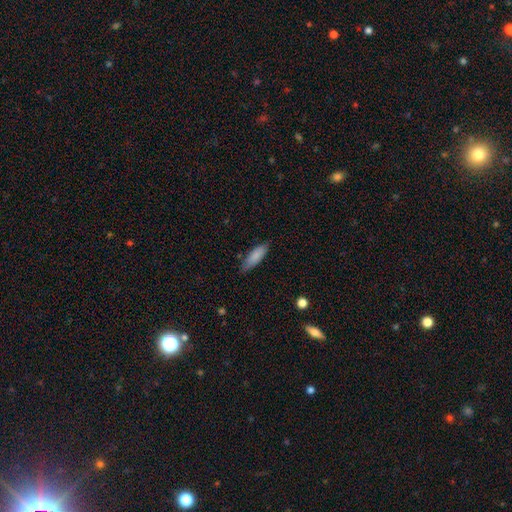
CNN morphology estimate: smooth-or-featured: smooth: 85% | featured or disk: 9% | star or artifact: 6%
  how-rounded: in between: 51% | cigar-shaped: 48% | round: 1%
  merging: none: 78% | minor disturbance: 17% | major disturbance: 3% | merger: 2%